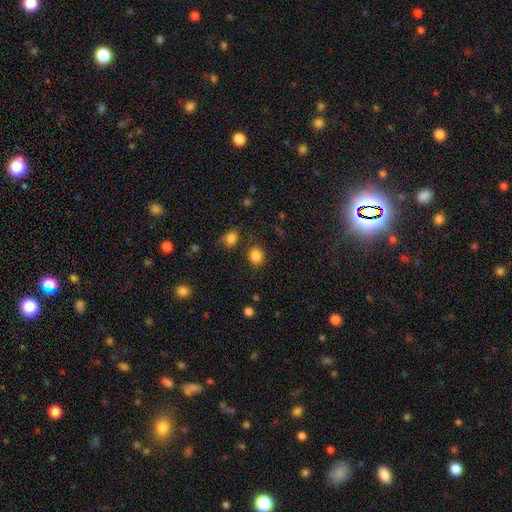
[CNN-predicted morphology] Q: Smooth or featured?
A: smooth (84%); runner-up: star or artifact (11%)
Q: How rounded?
A: round (61%); runner-up: in between (38%)
Q: Merging?
A: none (79%); runner-up: minor disturbance (11%)